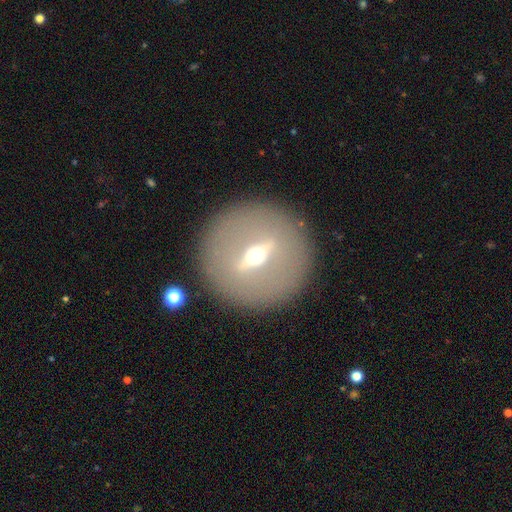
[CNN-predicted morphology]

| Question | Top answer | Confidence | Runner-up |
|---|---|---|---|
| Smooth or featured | featured or disk | 70% | smooth (22%) |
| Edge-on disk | no | 55% | yes (45%) |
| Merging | none | 89% | minor disturbance (7%) |